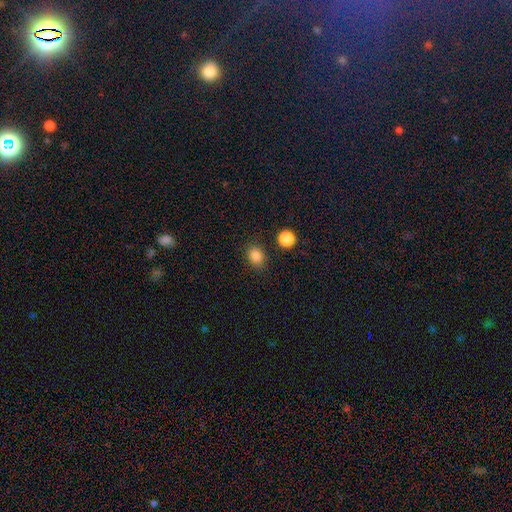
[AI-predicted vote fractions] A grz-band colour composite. It shows a smooth galaxy with no disk features (85%) that is round (53%). Merging: none (84%).